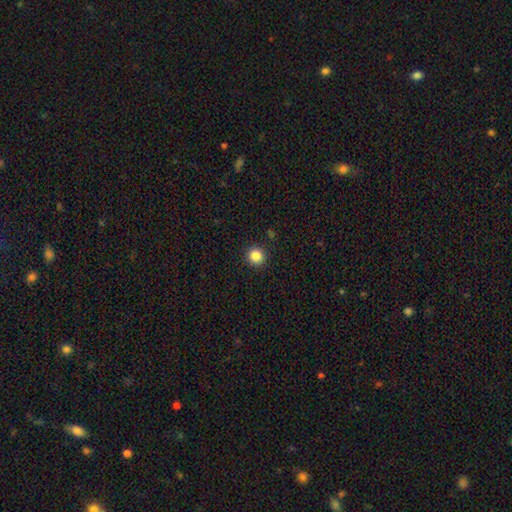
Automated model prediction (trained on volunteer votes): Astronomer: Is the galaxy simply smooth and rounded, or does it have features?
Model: smooth — 85%.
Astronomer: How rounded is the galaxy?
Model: round — 94%.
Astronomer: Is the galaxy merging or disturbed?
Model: none — 92%.